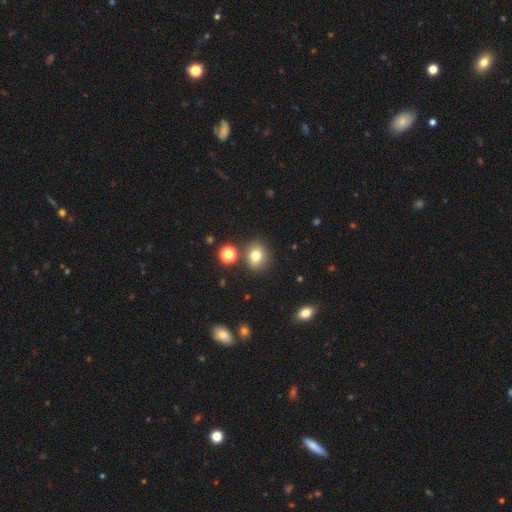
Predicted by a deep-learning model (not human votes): Q: Smooth or featured?
A: smooth (77%); runner-up: star or artifact (14%)
Q: How rounded?
A: round (67%); runner-up: in between (32%)
Q: Merging?
A: none (80%); runner-up: minor disturbance (10%)